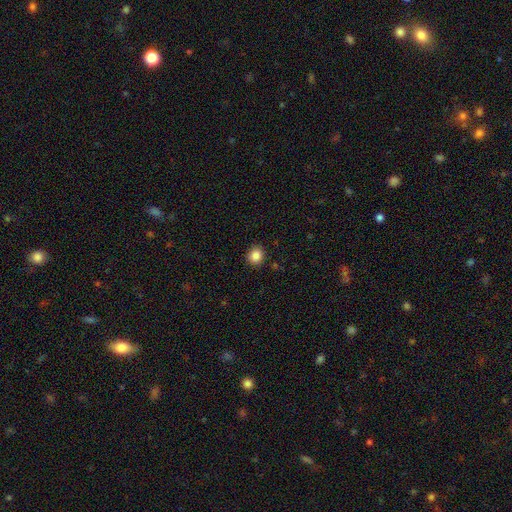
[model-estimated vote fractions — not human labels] A smooth galaxy with no disk features (86%) that is round (84%).

Vote fractions:
- Smooth or featured? smooth: 86% / star or artifact: 10% / featured or disk: 4%
- How rounded? round: 84% / in between: 15% / cigar-shaped: 1%
- Merging? none: 90% / minor disturbance: 7% / major disturbance: 2% / merger: 1%